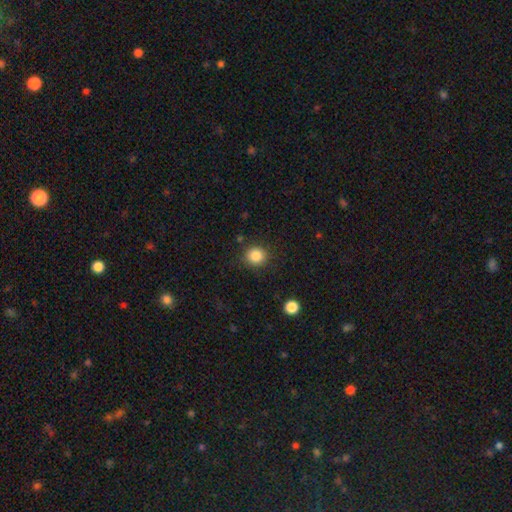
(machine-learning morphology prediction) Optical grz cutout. It shows a smooth galaxy with no disk features (85%) that is round (88%). Merging: none (86%).